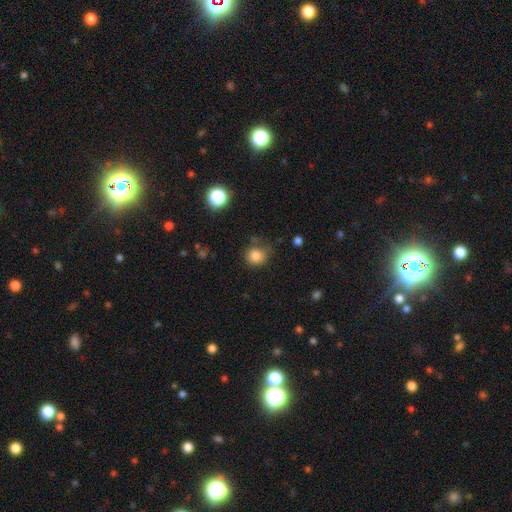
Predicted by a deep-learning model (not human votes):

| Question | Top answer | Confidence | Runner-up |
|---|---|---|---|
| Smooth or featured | smooth | 82% | star or artifact (12%) |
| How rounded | round | 85% | in between (14%) |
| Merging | none | 70% | minor disturbance (20%) |